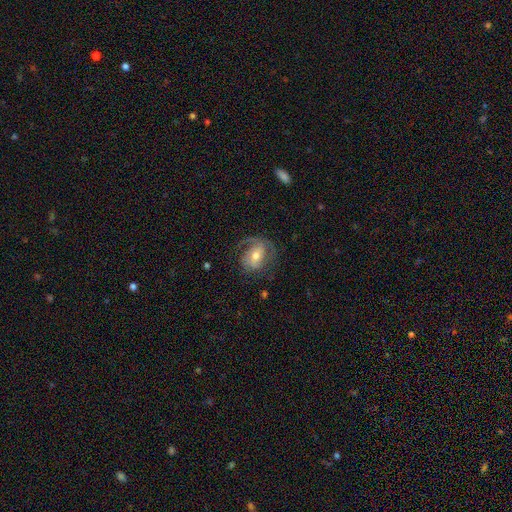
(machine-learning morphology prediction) The model was most divided on "bar": weak: 40%, no: 39%, strong: 22%. Remaining: edge-on disk — no (96%); spiral arms — yes (86%); smooth or featured — featured or disk (67%); bulge size — moderate (63%); merging — none (59%); spiral arm count — 2 (49%); spiral winding — medium (43%).